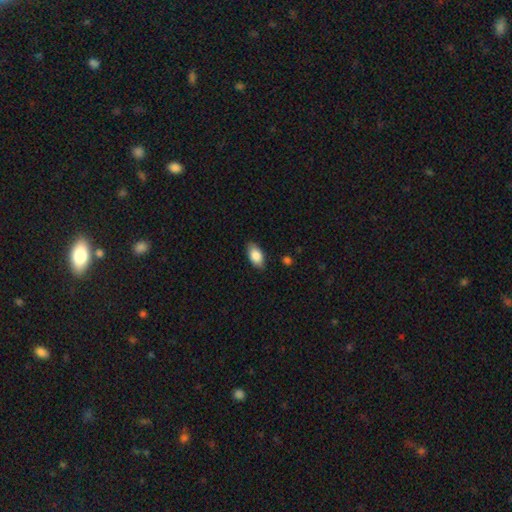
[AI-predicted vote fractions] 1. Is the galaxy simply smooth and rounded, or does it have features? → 84% smooth, 9% featured or disk, 7% star or artifact.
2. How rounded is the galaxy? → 92% in between, 4% cigar-shaped, 4% round.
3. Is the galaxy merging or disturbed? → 85% none, 11% minor disturbance, 2% major disturbance, 1% merger.